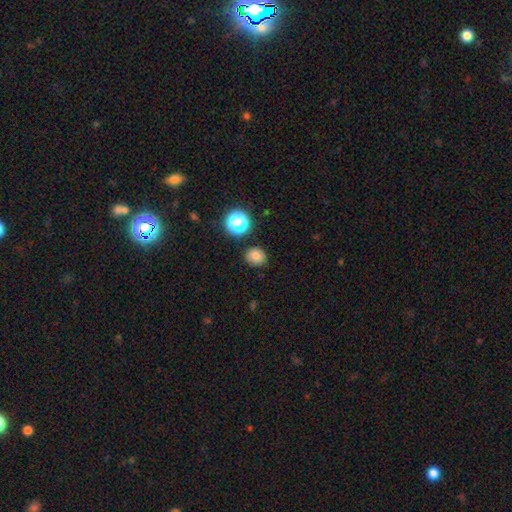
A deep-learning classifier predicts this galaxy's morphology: Q: Smooth or featured?
A: smooth (80%); runner-up: star or artifact (14%)
Q: How rounded?
A: round (79%); runner-up: in between (20%)
Q: Merging?
A: none (86%); runner-up: minor disturbance (9%)